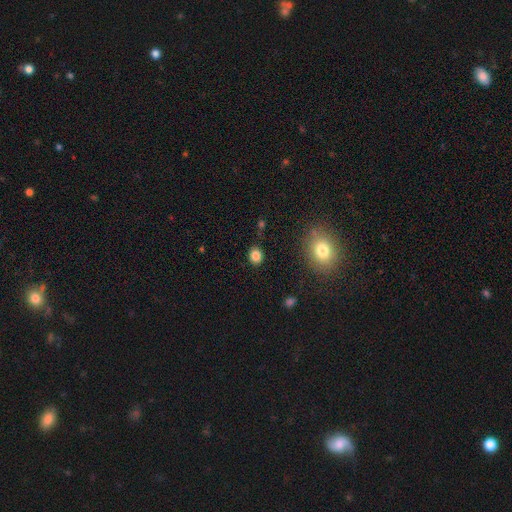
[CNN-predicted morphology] smooth 84%, star or artifact 12%, featured or disk 4%. Down the decision tree: how rounded — round (69%); merging — none (88%).